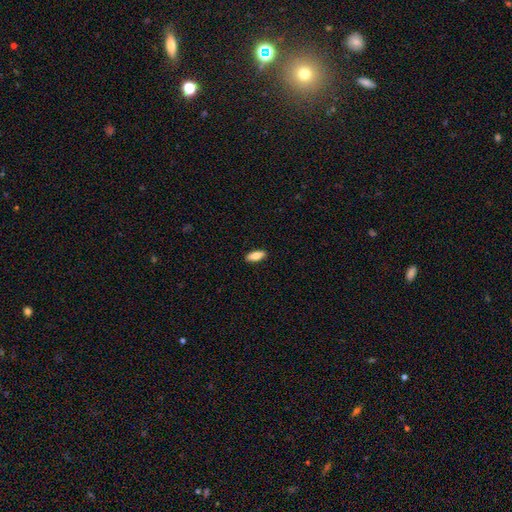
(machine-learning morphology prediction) A smooth galaxy with no disk features (78%) that is in between round and cigar-shaped (79%).

Vote fractions:
- Smooth or featured? smooth: 78% / featured or disk: 16% / star or artifact: 6%
- How rounded? in between: 79% / cigar-shaped: 19% / round: 2%
- Merging? none: 90% / minor disturbance: 8% / major disturbance: 2% / merger: 1%